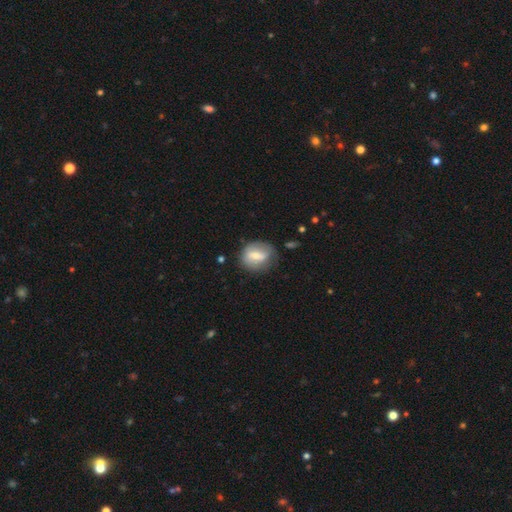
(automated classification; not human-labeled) smooth-or-featured: smooth: 52% | featured or disk: 41% | star or artifact: 7%
  how-rounded: round: 54% | in between: 44% | cigar-shaped: 2%
  merging: none: 68% | minor disturbance: 21% | major disturbance: 7% | merger: 4%